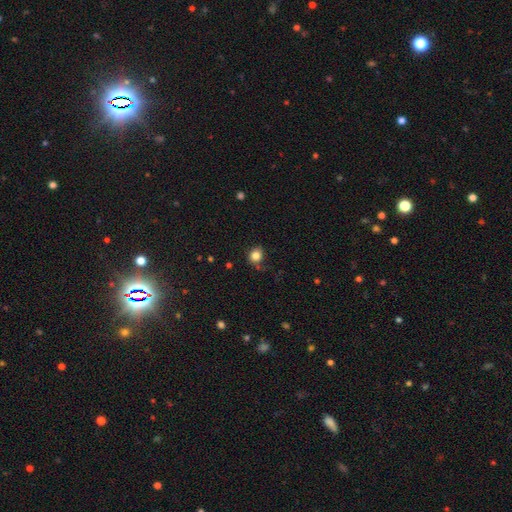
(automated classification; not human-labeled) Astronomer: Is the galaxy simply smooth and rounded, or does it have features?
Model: smooth — 82%.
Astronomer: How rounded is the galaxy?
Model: round — 72%.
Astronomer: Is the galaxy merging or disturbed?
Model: none — 73%.